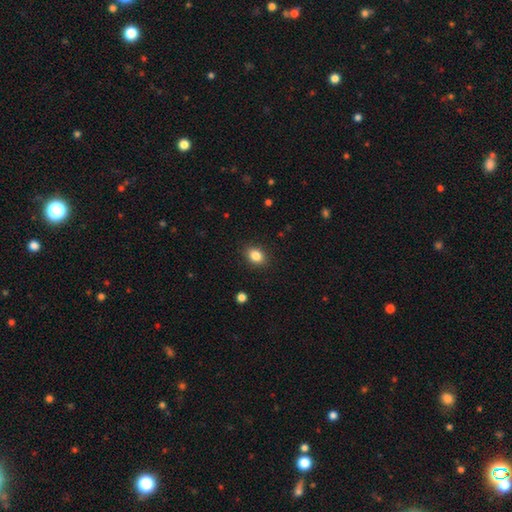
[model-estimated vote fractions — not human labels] This appears to be a smooth galaxy with no disk features (85%) that is in between round and cigar-shaped (66%). Merging: none (89%).